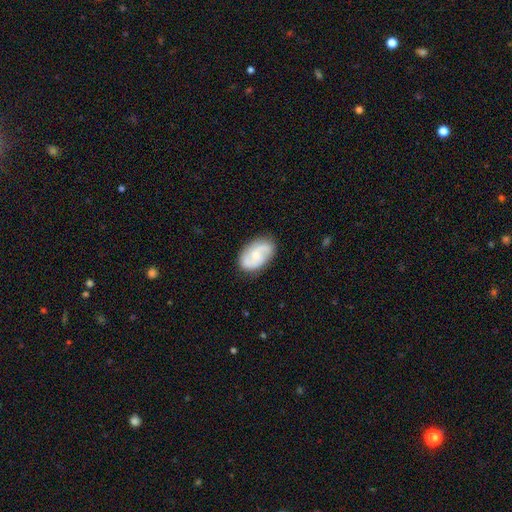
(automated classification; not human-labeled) Overall: featured or disk (66%; smooth 28%). Edge-on disk: no (97%). Bar: no (57%; weak 37%). Spiral arms: yes (93%). Spiral arm count: 2 (83%). Spiral winding: medium (46%; loose 29%). Bulge size: small (46%; moderate 40%). Merging: none (80%).